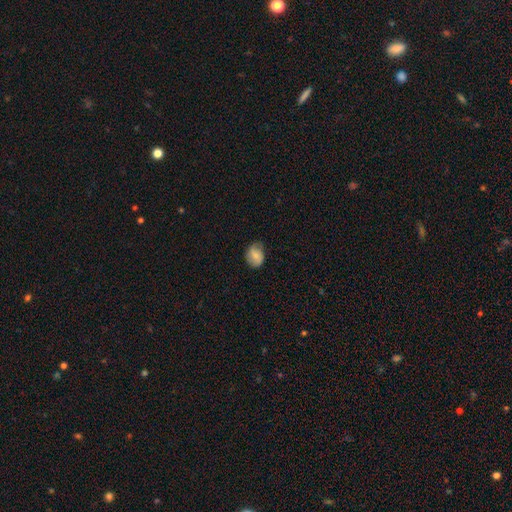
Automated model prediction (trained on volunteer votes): Overall: smooth (70%). How rounded: in between (57%; round 42%). Merging: none (66%; minor disturbance 26%).